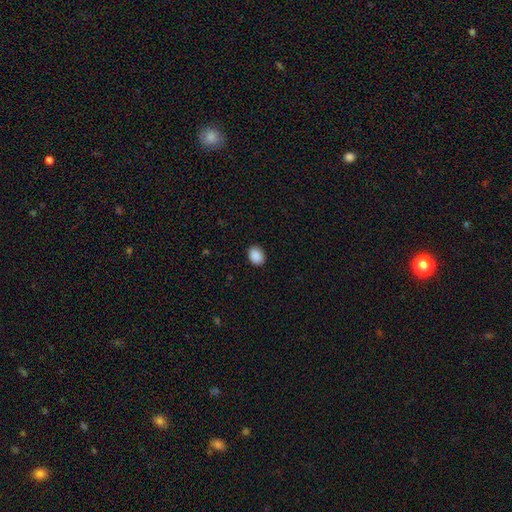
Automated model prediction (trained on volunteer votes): A smooth galaxy with no disk features (90%) that is in between round and cigar-shaped (67%).

Vote fractions:
- Smooth or featured? smooth: 90% / star or artifact: 7% / featured or disk: 2%
- How rounded? in between: 67% / round: 32% / cigar-shaped: 1%
- Merging? none: 89% / minor disturbance: 8% / major disturbance: 2% / merger: 1%